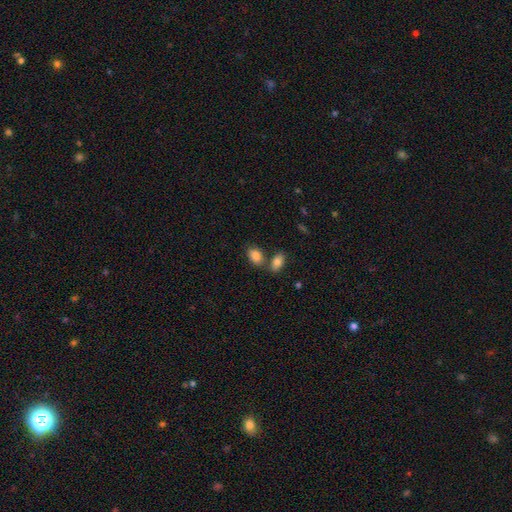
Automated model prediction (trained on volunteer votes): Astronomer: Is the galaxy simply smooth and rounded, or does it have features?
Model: smooth — 85%.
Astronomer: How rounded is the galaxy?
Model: in between — 87%.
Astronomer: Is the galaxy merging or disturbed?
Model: none — 59%.